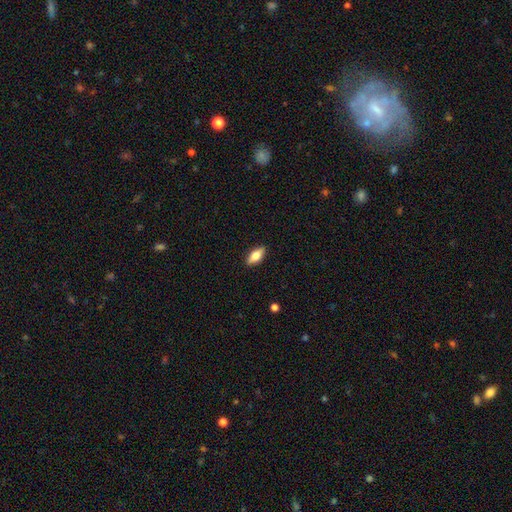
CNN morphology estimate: Smooth or featured? Predicted: smooth (p=0.70). How rounded? Predicted: in between (p=0.78). Merging? Predicted: none (p=0.89).